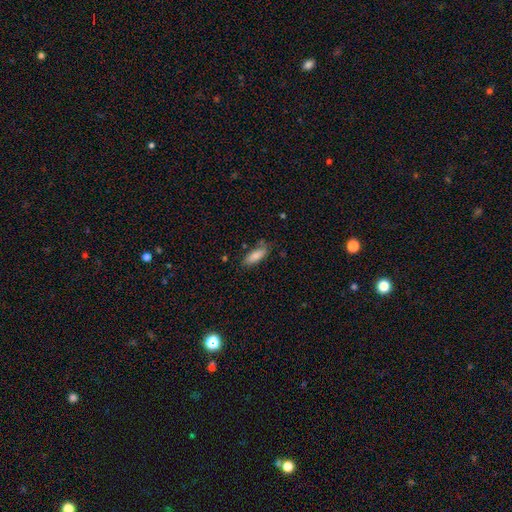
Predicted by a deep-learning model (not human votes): Smooth or featured: smooth — 85% (featured or disk — 8%)
How rounded: in between — 68% (cigar-shaped — 30%)
Merging: none — 73% (minor disturbance — 19%)